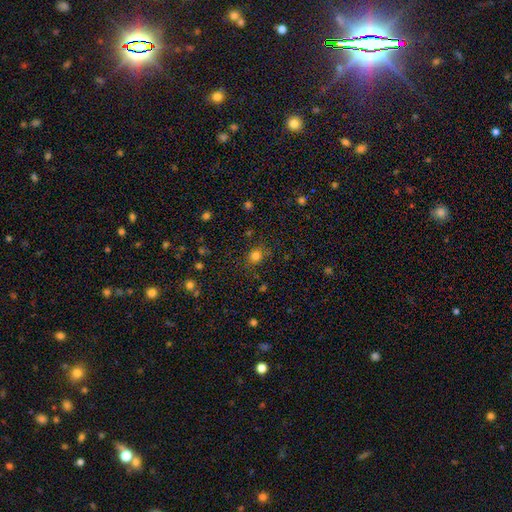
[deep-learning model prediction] Morphology: type=smooth (78%); roundness=round (81%); merging=none (79%).